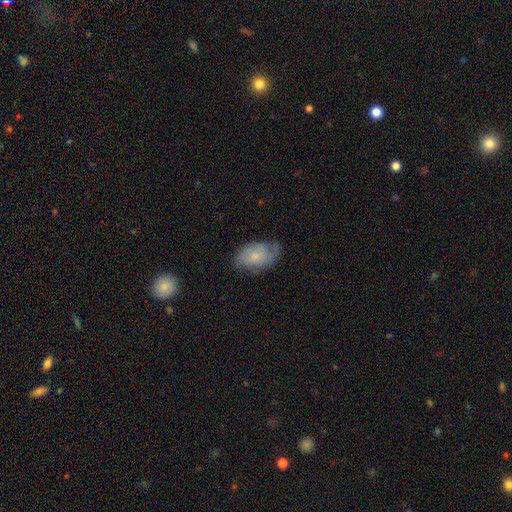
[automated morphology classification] Smooth or featured: smooth — 51% (featured or disk — 42%)
How rounded: in between — 90% (round — 9%)
Merging: none — 58% (minor disturbance — 30%)